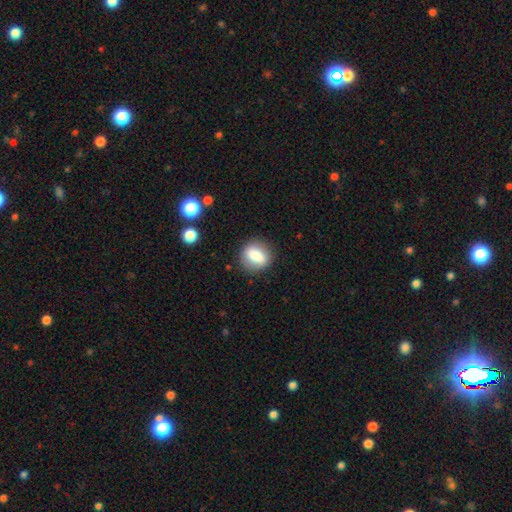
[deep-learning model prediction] Smooth or featured: smooth — 72% (featured or disk — 19%)
How rounded: round — 70% (in between — 28%)
Merging: none — 83% (minor disturbance — 11%)